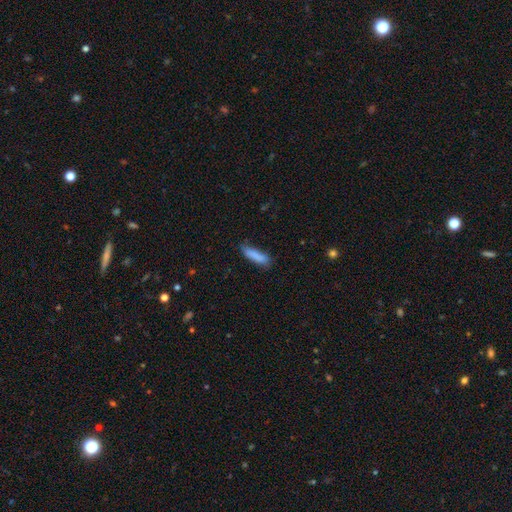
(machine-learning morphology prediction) Smooth or featured?
  - smooth: 86% *
  - featured or disk: 8%
  - star or artifact: 7%
How rounded?
  - cigar-shaped: 69% *
  - in between: 29%
  - round: 1%
Merging?
  - none: 73% *
  - minor disturbance: 21%
  - major disturbance: 4%
  - merger: 2%